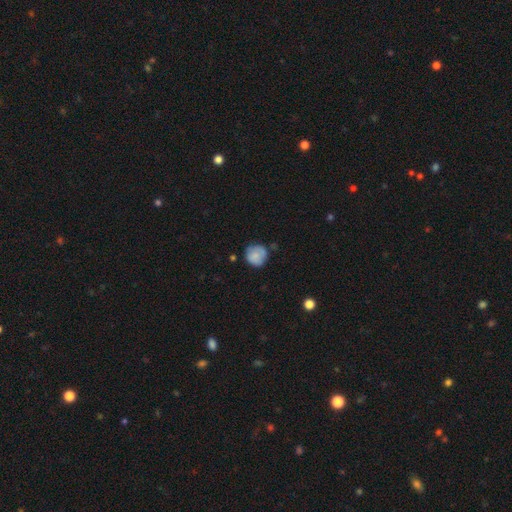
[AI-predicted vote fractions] A smooth galaxy with no disk features (78%) that is round (88%). Merging: none (65%).